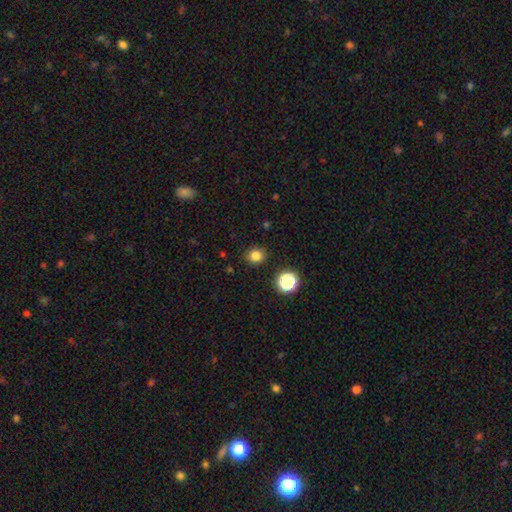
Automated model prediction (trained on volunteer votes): smooth_or_featured: smooth (p=0.81) [alt: star or artifact p=0.14]
how_rounded: round (p=0.83) [alt: in between p=0.17]
merging: none (p=0.88) [alt: minor disturbance p=0.08]